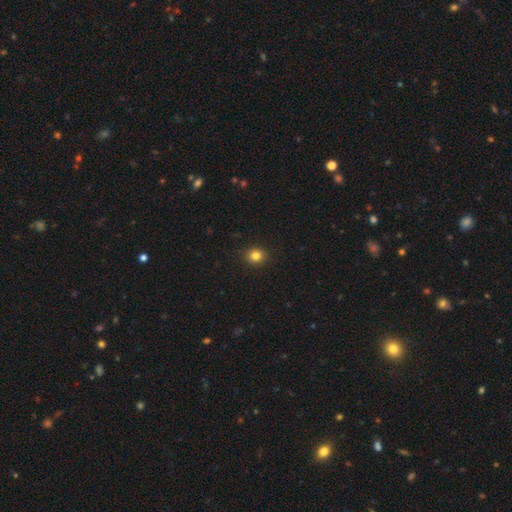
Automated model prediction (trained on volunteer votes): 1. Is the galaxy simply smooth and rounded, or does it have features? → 83% smooth, 12% star or artifact, 5% featured or disk.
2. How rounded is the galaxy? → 81% round, 18% in between, 1% cigar-shaped.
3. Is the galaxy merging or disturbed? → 92% none, 6% minor disturbance, 2% major disturbance, 1% merger.